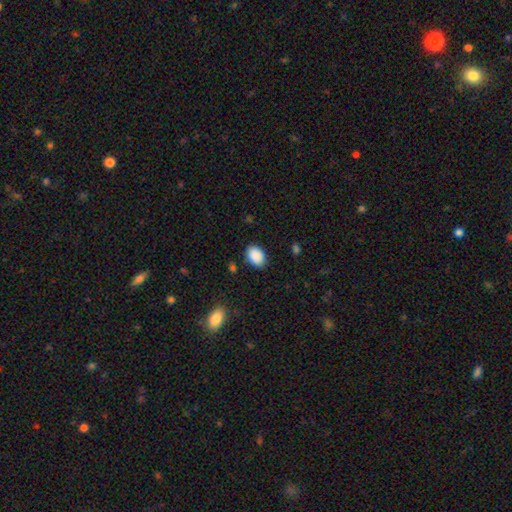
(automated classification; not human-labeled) Q: Smooth or featured?
A: smooth (90%); runner-up: star or artifact (7%)
Q: How rounded?
A: in between (84%); runner-up: round (15%)
Q: Merging?
A: none (83%); runner-up: minor disturbance (13%)